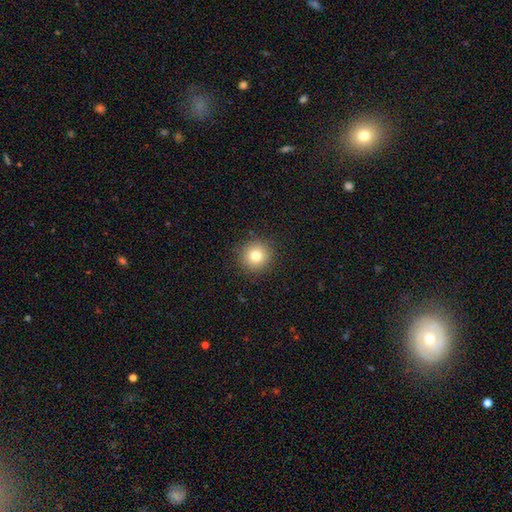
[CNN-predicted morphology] This appears to be a smooth galaxy with no disk features (80%) that is round (94%). Merging: none (91%).